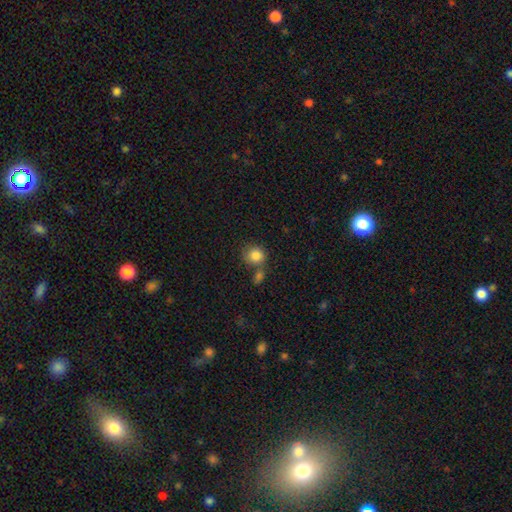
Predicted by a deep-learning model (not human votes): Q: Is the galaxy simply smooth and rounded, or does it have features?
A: smooth — 84%.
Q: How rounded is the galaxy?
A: round — 83%.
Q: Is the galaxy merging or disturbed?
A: none — 58%.